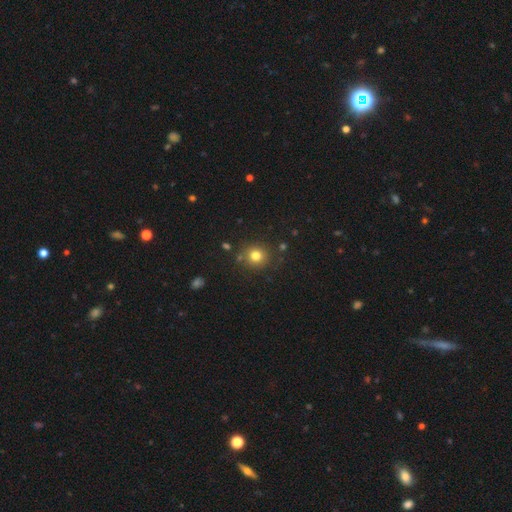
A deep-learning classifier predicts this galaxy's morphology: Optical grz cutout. It shows a smooth galaxy with no disk features (78%) that is round (90%). Merging: none (84%).